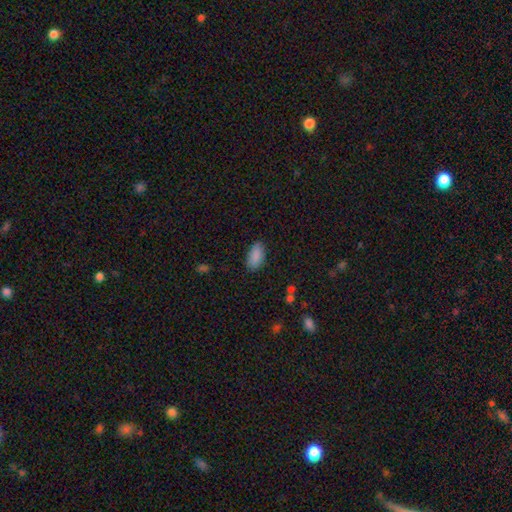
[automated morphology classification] Overall: smooth (88%). How rounded: in between (93%). Merging: none (82%).